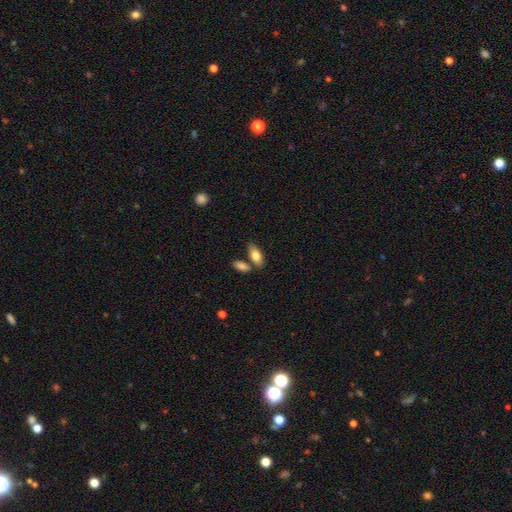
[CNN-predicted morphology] A smooth galaxy with no disk features (79%) that is in between round and cigar-shaped (85%).

Vote fractions:
- Smooth or featured? smooth: 79% / featured or disk: 15% / star or artifact: 6%
- How rounded? in between: 85% / cigar-shaped: 12% / round: 3%
- Merging? none: 68% / merger: 17% / minor disturbance: 12% / major disturbance: 3%